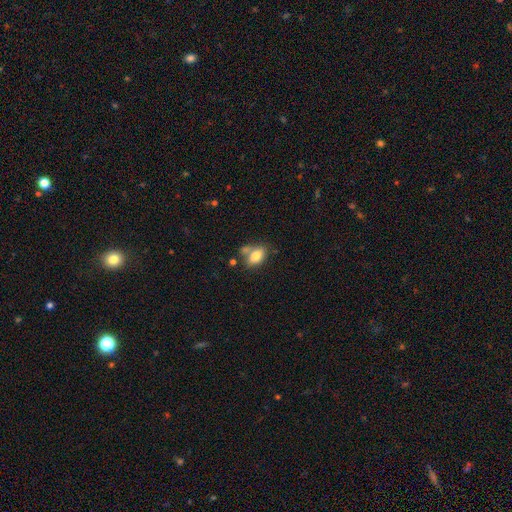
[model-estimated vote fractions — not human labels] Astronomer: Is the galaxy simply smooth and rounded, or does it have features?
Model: smooth — 78%.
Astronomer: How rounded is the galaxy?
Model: in between — 86%.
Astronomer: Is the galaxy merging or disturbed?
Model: none — 52%.